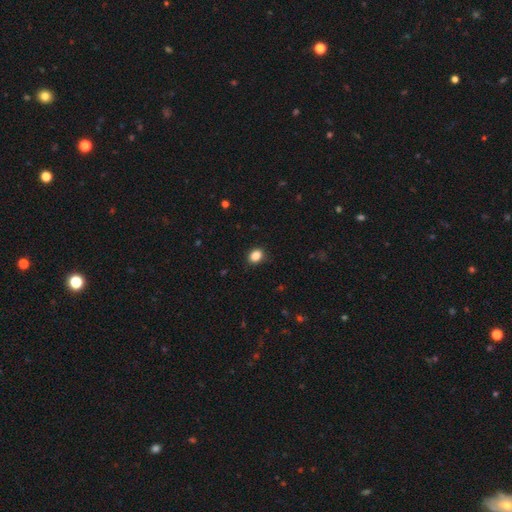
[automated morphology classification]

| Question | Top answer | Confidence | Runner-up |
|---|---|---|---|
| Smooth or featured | smooth | 86% | star or artifact (10%) |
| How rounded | in between | 57% | round (42%) |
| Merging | none | 86% | minor disturbance (11%) |